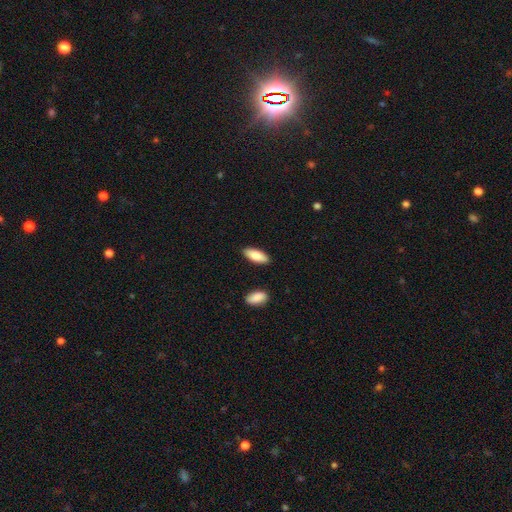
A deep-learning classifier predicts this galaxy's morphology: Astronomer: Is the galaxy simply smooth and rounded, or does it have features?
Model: smooth — 81%.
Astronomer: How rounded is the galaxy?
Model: in between — 80%.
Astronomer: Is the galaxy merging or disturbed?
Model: none — 87%.